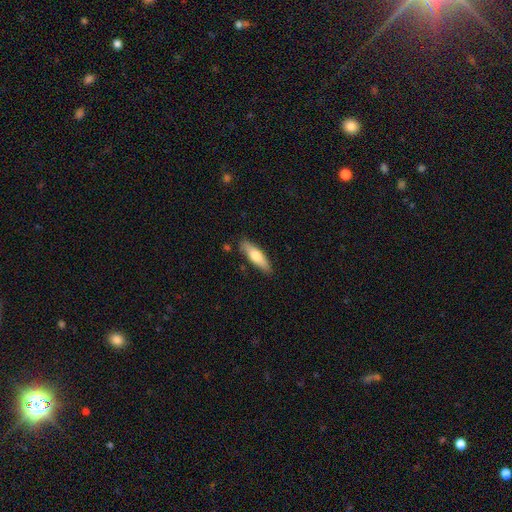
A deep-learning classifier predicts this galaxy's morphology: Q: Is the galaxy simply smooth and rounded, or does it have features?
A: smooth — 66%.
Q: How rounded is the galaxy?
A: cigar-shaped — 61%.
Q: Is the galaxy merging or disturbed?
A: none — 84%.